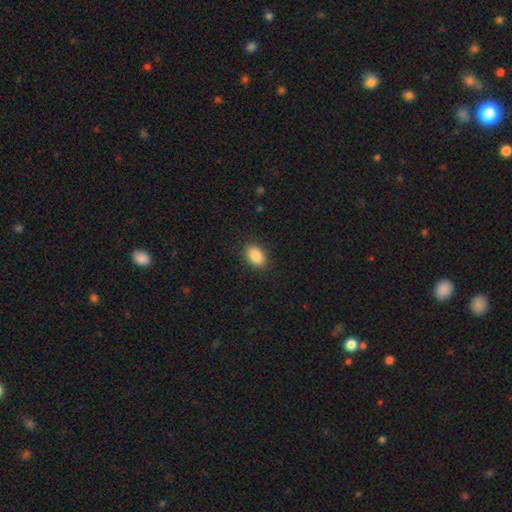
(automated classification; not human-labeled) Smooth or featured? smooth (89%)
How rounded? in between (88%)
Merging? none (89%)